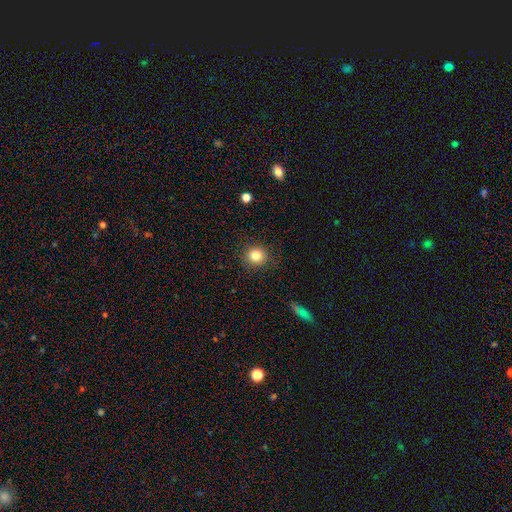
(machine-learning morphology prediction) This is clearly a smooth galaxy (84%). How rounded: clearly round (90%). Merging: clearly none (88%).